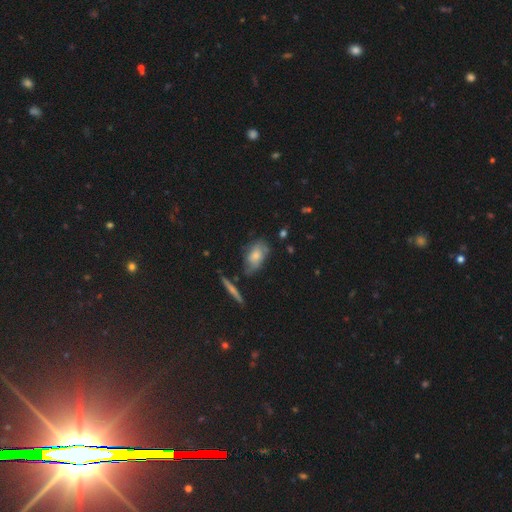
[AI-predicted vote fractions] Smooth or featured: smooth — 61% (featured or disk — 32%)
How rounded: in between — 86% (round — 7%)
Merging: none — 59% (minor disturbance — 26%)